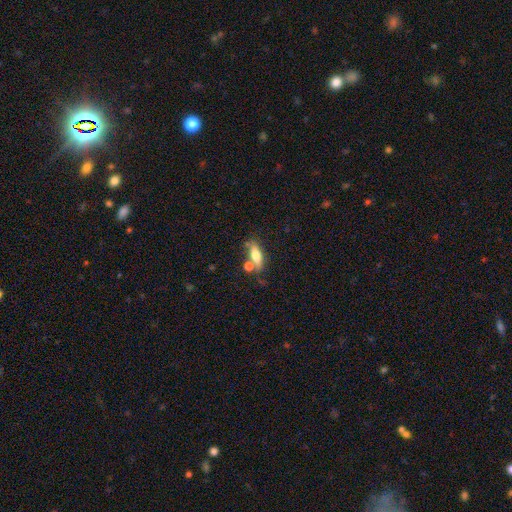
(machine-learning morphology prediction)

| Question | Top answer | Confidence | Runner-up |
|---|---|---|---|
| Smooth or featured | smooth | 59% | featured or disk (33%) |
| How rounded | in between | 56% | cigar-shaped (39%) |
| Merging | none | 58% | merger (21%) |